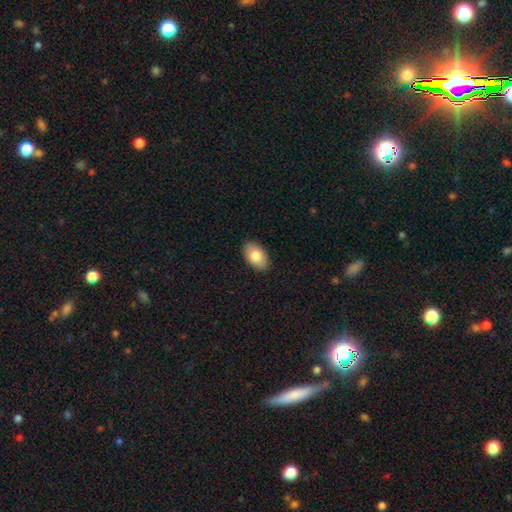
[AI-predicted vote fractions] smooth 82%, featured or disk 12%, star or artifact 7%. Down the decision tree: how rounded — in between (93%); merging — none (88%).